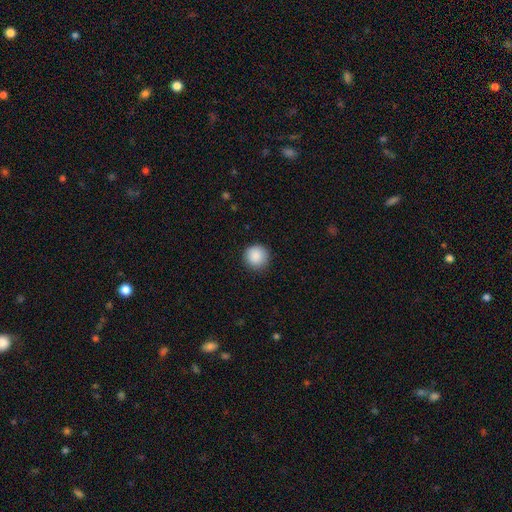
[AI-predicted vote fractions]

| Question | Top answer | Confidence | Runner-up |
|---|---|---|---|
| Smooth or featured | smooth | 89% | star or artifact (8%) |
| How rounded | round | 95% | in between (4%) |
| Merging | none | 90% | minor disturbance (7%) |